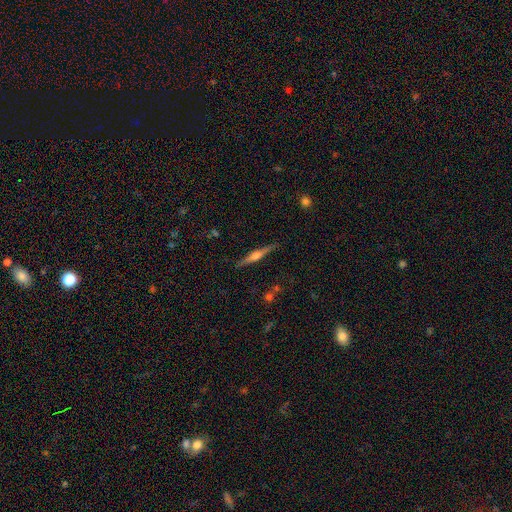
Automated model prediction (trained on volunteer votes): This is likely a featured or disk galaxy (75%). It is clearly viewed edge-on (98%). Edge-on bulge: clearly rounded (87%). Merging: clearly none (90%).